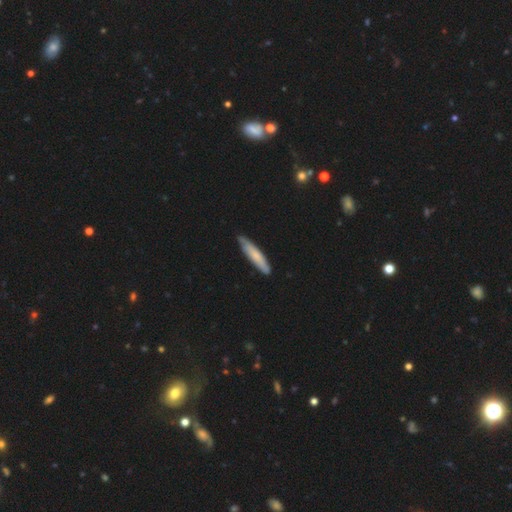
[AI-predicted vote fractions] smooth-or-featured: smooth: 69% | featured or disk: 26% | star or artifact: 5%
  how-rounded: cigar-shaped: 89% | in between: 10% | round: 1%
  merging: none: 83% | minor disturbance: 14% | major disturbance: 2% | merger: 1%